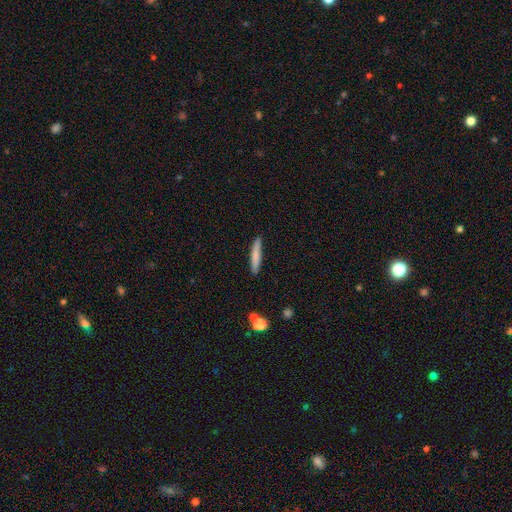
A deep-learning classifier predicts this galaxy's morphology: smooth-or-featured: smooth: 76% | featured or disk: 18% | star or artifact: 6%
  how-rounded: cigar-shaped: 93% | in between: 6% | round: 1%
  merging: none: 86% | minor disturbance: 10% | major disturbance: 2% | merger: 2%